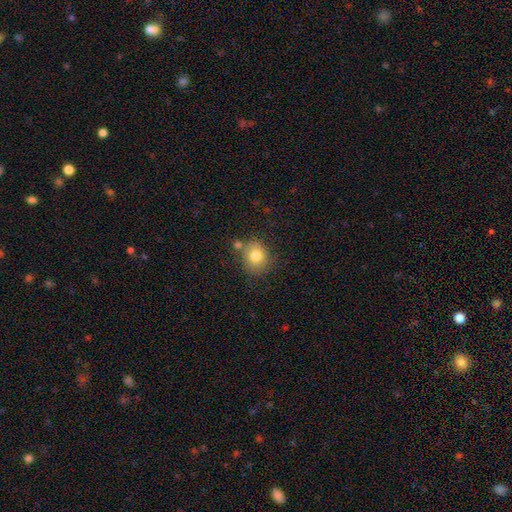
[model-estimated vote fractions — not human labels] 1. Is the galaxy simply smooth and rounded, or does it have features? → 80% smooth, 11% featured or disk, 9% star or artifact.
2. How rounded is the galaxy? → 75% round, 24% in between, 1% cigar-shaped.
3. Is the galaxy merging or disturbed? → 66% none, 16% minor disturbance, 13% merger, 5% major disturbance.